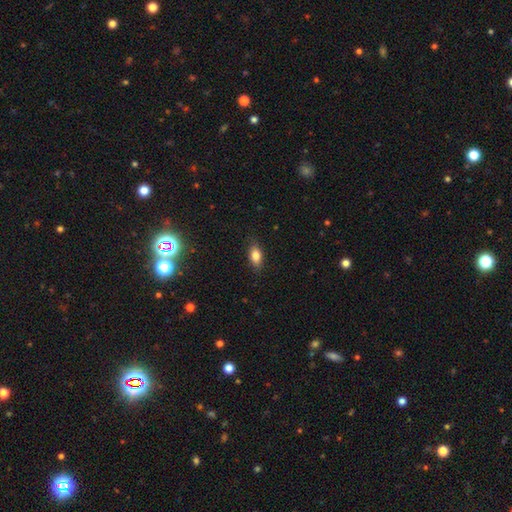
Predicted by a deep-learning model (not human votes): A smooth galaxy with no disk features (80%) that is in between round and cigar-shaped (84%).

Vote fractions:
- Smooth or featured? smooth: 80% / featured or disk: 11% / star or artifact: 9%
- How rounded? in between: 84% / cigar-shaped: 10% / round: 6%
- Merging? none: 84% / minor disturbance: 12% / major disturbance: 3% / merger: 1%